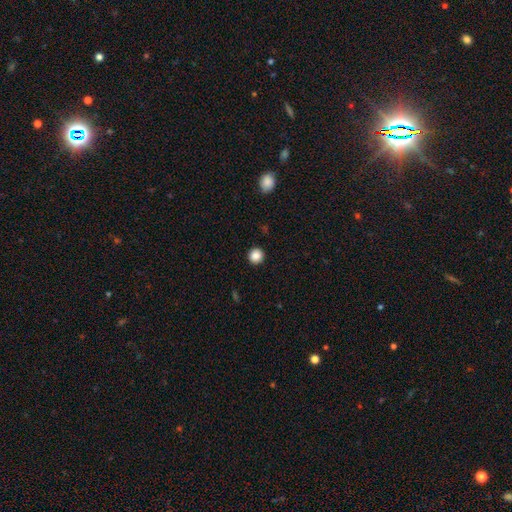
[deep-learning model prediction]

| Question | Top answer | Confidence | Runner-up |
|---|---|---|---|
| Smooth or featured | smooth | 87% | star or artifact (10%) |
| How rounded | round | 95% | in between (4%) |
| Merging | none | 93% | minor disturbance (5%) |